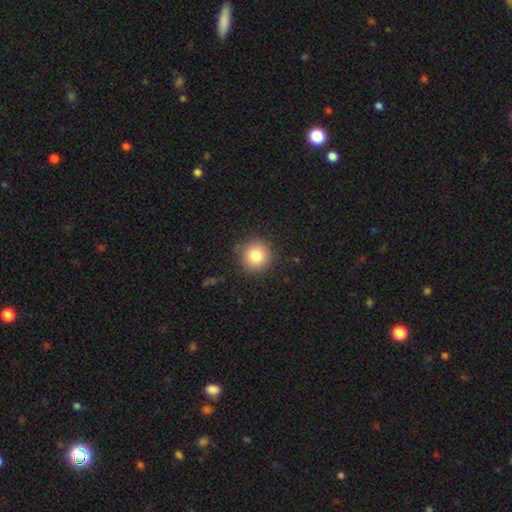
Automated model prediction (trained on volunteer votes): Overall: smooth (83%). How rounded: round (93%). Merging: none (87%).